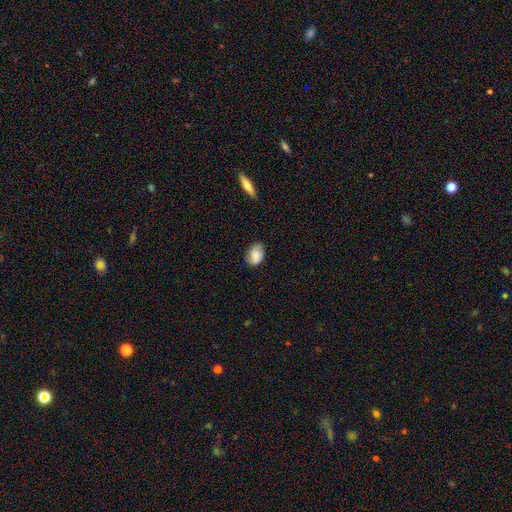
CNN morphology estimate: This appears to be a smooth galaxy with no disk features (75%) that is in between round and cigar-shaped (82%). Merging: none (76%).